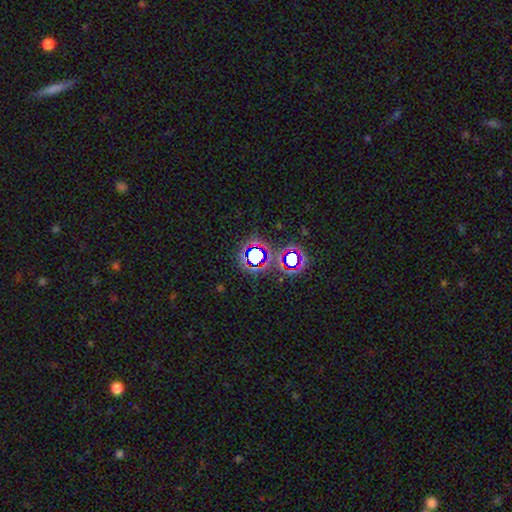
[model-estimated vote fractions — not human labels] Smooth or featured?
  - star or artifact: 69% *
  - smooth: 20%
  - featured or disk: 11%